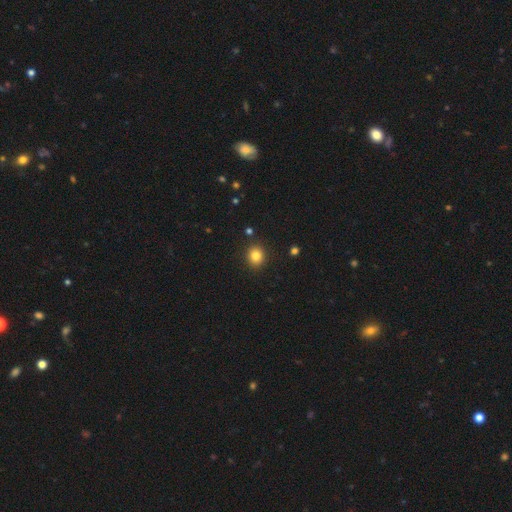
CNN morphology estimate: This appears to be a smooth galaxy with no disk features (84%) that is round (78%). Merging: none (90%).